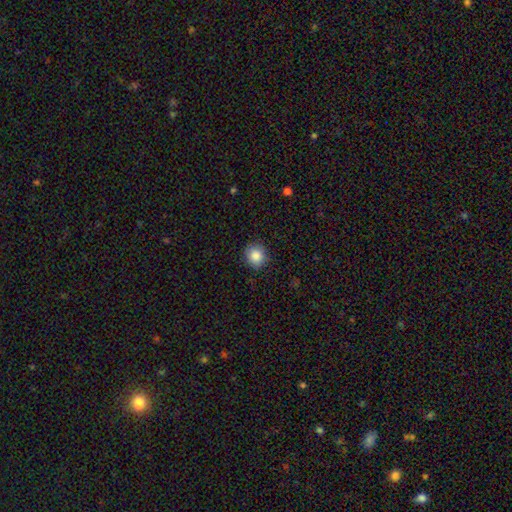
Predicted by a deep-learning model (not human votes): Overall: smooth (86%). How rounded: round (86%). Merging: none (87%).